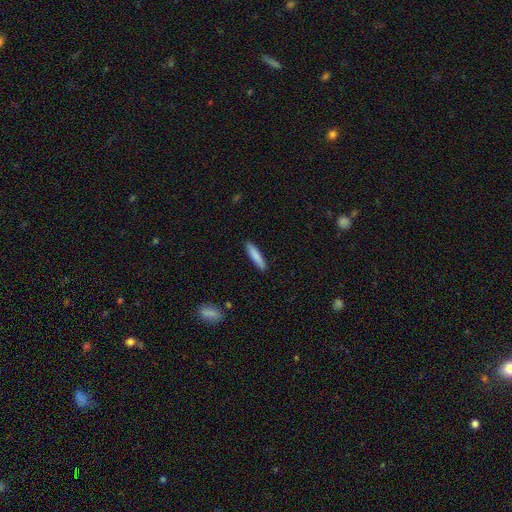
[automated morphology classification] This appears to be a smooth galaxy with no disk features (84%) that is cigar-shaped (86%). Merging: none (90%).